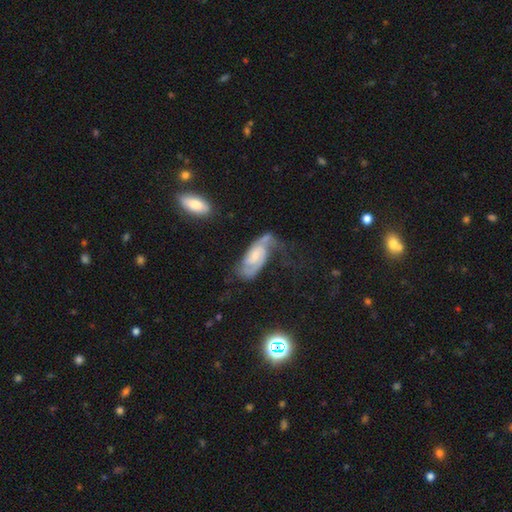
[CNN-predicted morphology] The model was most divided on "bar": no: 45%, weak: 43%, strong: 12%. Remaining: edge-on disk — no (95%); spiral arms — yes (94%); spiral arm count — 2 (82%); smooth or featured — featured or disk (76%); spiral winding — medium (47%); bulge size — small (44%); merging — none (43%).